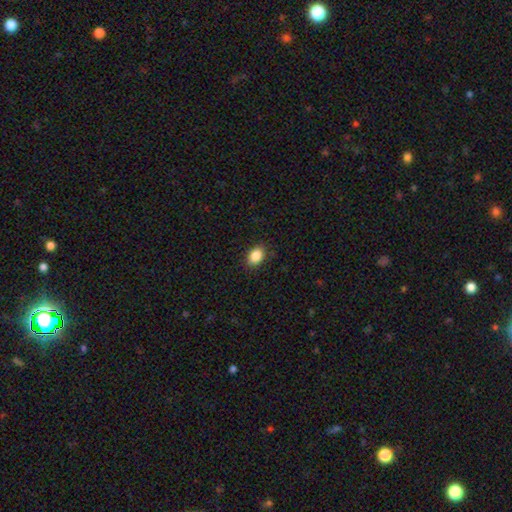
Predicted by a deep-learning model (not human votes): Smooth or featured?
  - smooth: 87% *
  - star or artifact: 9%
  - featured or disk: 4%
How rounded?
  - in between: 77% *
  - round: 22%
  - cigar-shaped: 1%
Merging?
  - none: 87% *
  - minor disturbance: 9%
  - major disturbance: 2%
  - merger: 1%